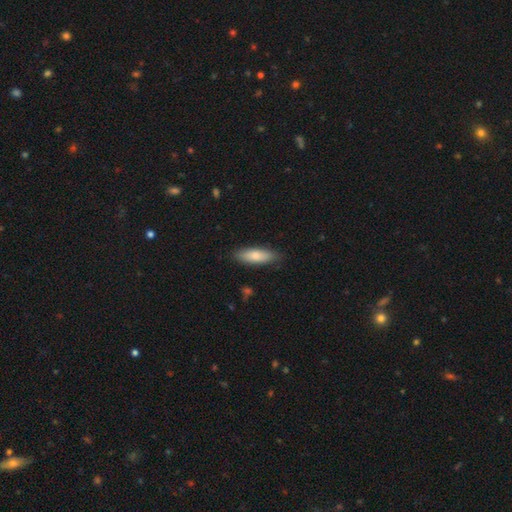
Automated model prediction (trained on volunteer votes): A smooth galaxy with no disk features (79%) that is in between round and cigar-shaped (53%).

Vote fractions:
- Smooth or featured? smooth: 79% / featured or disk: 16% / star or artifact: 6%
- How rounded? in between: 53% / cigar-shaped: 45% / round: 2%
- Merging? none: 85% / minor disturbance: 12% / major disturbance: 2% / merger: 1%